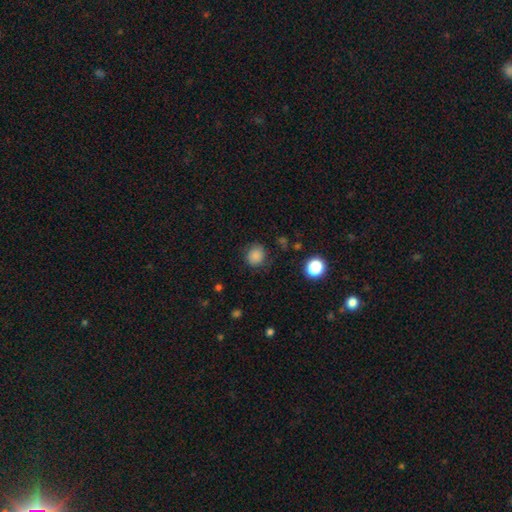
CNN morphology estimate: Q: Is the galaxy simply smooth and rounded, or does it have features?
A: smooth — 84%.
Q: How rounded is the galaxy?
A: round — 81%.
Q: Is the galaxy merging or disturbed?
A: none — 80%.